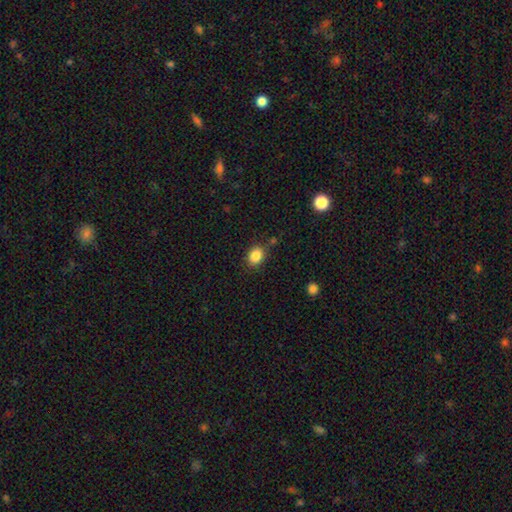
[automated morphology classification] smooth_or_featured: smooth (p=0.85) [alt: star or artifact p=0.10]
how_rounded: round (p=0.52) [alt: in between p=0.48]
merging: none (p=0.80) [alt: minor disturbance p=0.13]